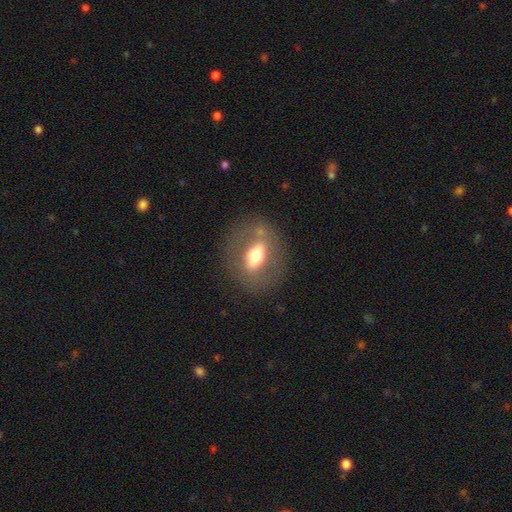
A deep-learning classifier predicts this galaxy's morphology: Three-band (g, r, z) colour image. It shows a featured or disk galaxy (46%). Merging: none (78%).